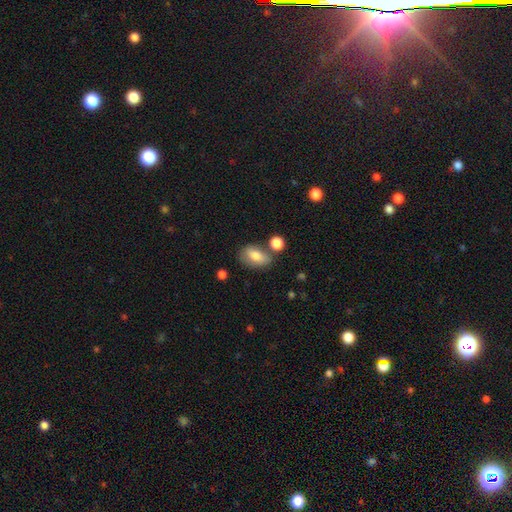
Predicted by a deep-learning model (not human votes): This is likely a smooth galaxy (76%). How rounded: clearly in between (87%). Merging: likely none (61%).